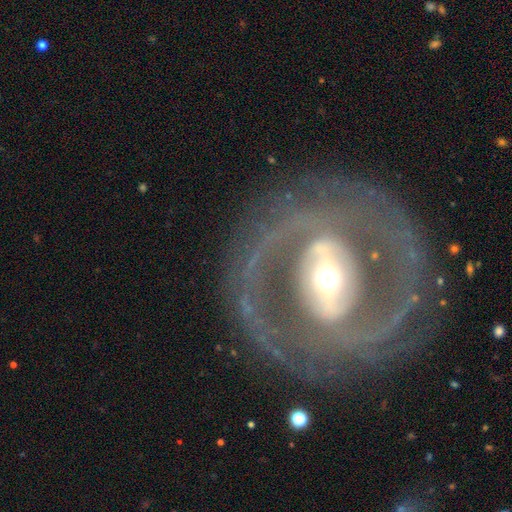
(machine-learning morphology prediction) Smooth or featured? Predicted: featured or disk (p=0.85). Edge-on disk? Predicted: no (p=0.94). Bar? Predicted: strong (p=0.58). Spiral arms? Predicted: yes (p=0.80). Spiral winding? Predicted: tight (p=0.44). Spiral arm count? Predicted: 2 (p=0.77). Bulge size? Predicted: moderate (p=0.56). Merging? Predicted: none (p=0.78).